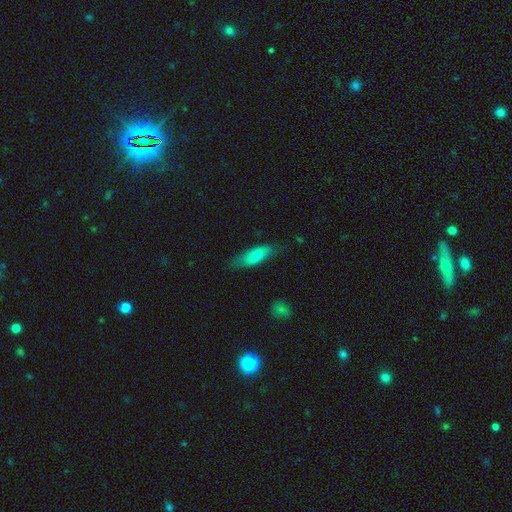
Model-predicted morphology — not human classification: Smooth or featured: smooth — 80% (featured or disk — 13%)
How rounded: in between — 63% (cigar-shaped — 35%)
Merging: none — 70% (minor disturbance — 23%)